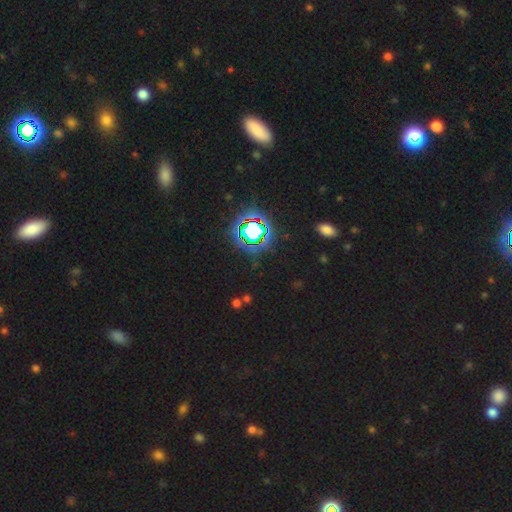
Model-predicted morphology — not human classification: Q: Smooth or featured?
A: star or artifact (79%); runner-up: smooth (14%)